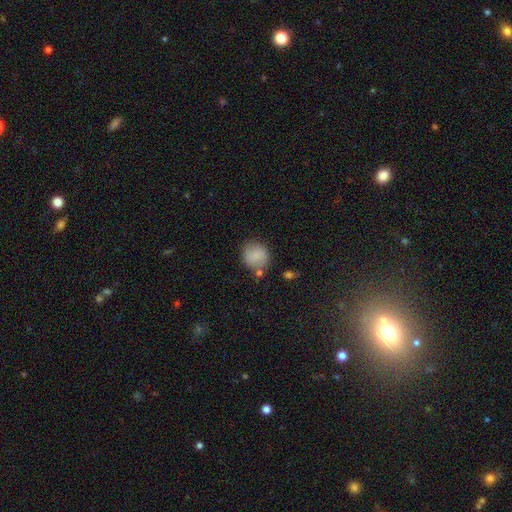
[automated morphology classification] A smooth galaxy with no disk features (82%) that is round (84%). Merging: none (70%).